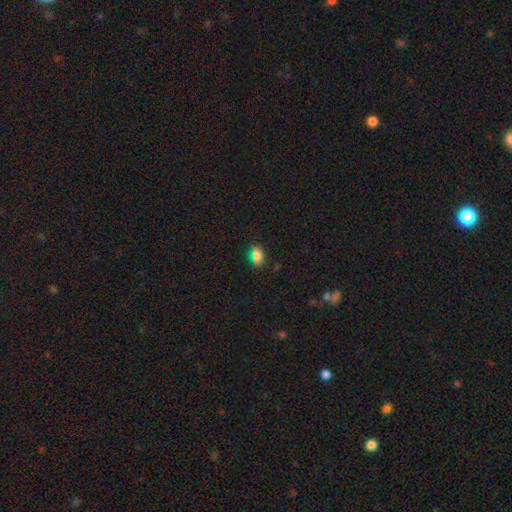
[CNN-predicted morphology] A smooth galaxy with no disk features (78%) that is in between round and cigar-shaped (75%). Merging: none (82%).